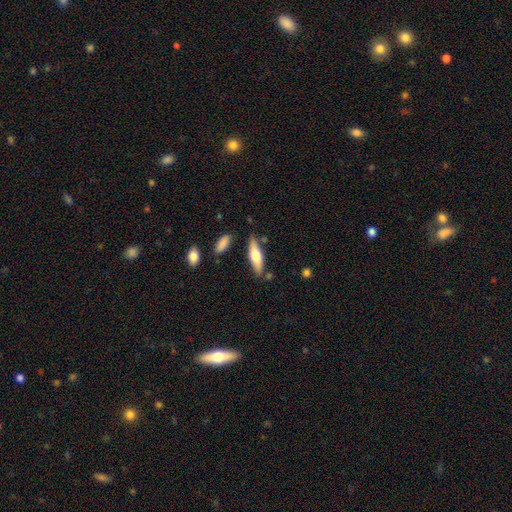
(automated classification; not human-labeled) Smooth or featured: smooth — 56% (featured or disk — 39%)
How rounded: cigar-shaped — 60% (in between — 38%)
Merging: none — 77% (minor disturbance — 15%)